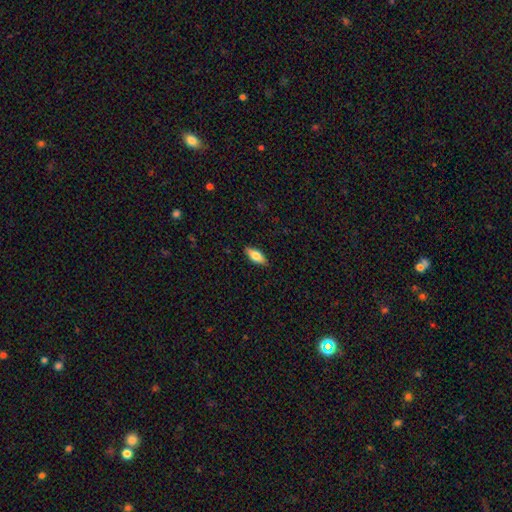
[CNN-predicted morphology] smooth 72%, featured or disk 22%, star or artifact 7%. Down the decision tree: how rounded — in between (80%); merging — none (88%).